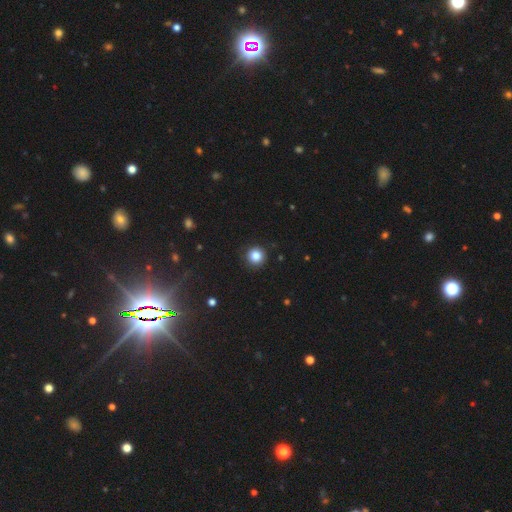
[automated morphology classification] Smooth or featured? smooth (84%)
How rounded? round (95%)
Merging? none (91%)